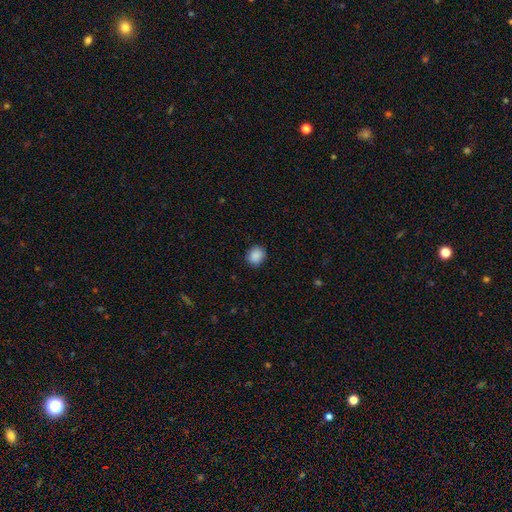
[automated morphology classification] Q: Smooth or featured?
A: smooth (89%); runner-up: star or artifact (8%)
Q: How rounded?
A: round (68%); runner-up: in between (31%)
Q: Merging?
A: none (86%); runner-up: minor disturbance (11%)